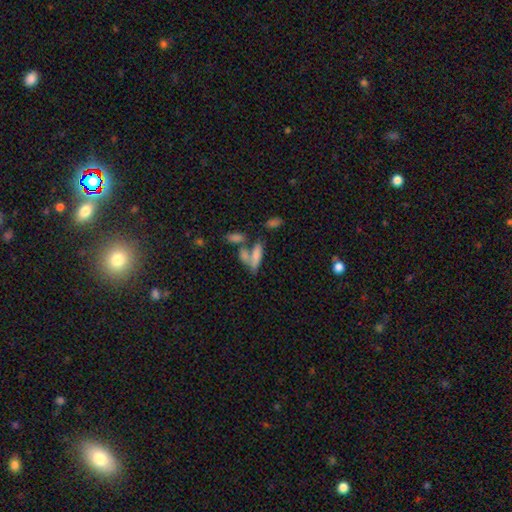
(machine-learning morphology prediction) Smooth or featured? smooth (72%)
How rounded? in between (55%)
Merging? merger (44%)